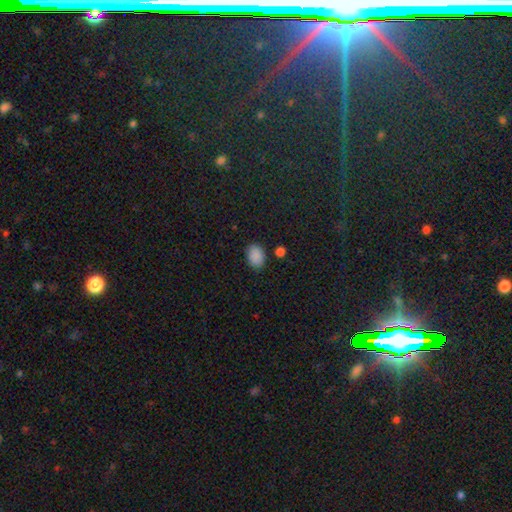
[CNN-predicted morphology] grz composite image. It shows a smooth galaxy with no disk features (88%) that is in between round and cigar-shaped (76%). Merging: none (84%).